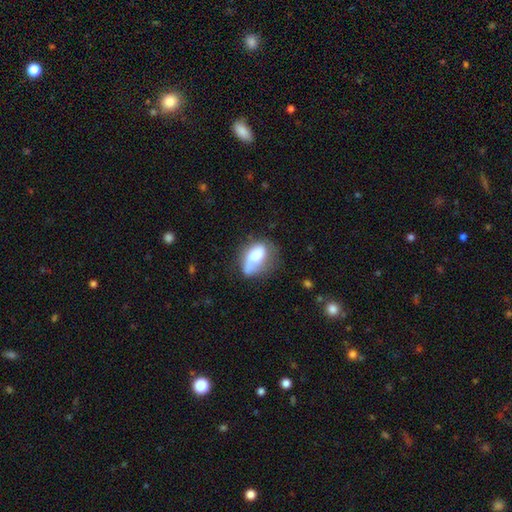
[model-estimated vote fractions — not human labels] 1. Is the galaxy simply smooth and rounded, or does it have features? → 63% smooth, 29% featured or disk, 8% star or artifact.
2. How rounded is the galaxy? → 85% in between, 11% round, 4% cigar-shaped.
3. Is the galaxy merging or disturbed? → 35% none, 30% minor disturbance, 25% major disturbance, 10% merger.